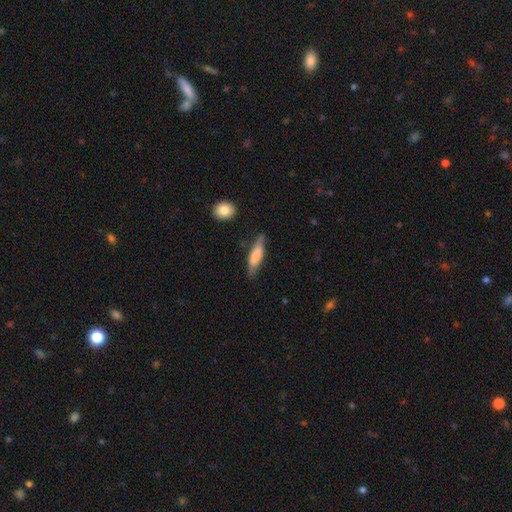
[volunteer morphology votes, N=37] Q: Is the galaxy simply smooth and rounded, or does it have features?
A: smooth — 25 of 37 (68%).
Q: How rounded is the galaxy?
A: cigar-shaped — 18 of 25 (72%).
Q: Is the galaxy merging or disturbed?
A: none — 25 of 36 (69%).